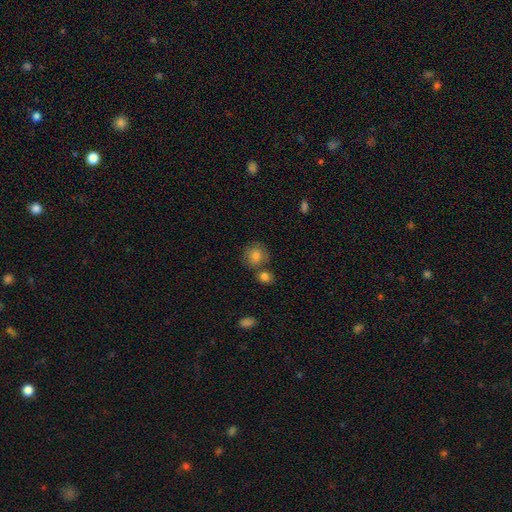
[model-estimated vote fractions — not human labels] smooth 81%, featured or disk 10%, star or artifact 9%. Down the decision tree: how rounded — round (82%); merging — none (61%).